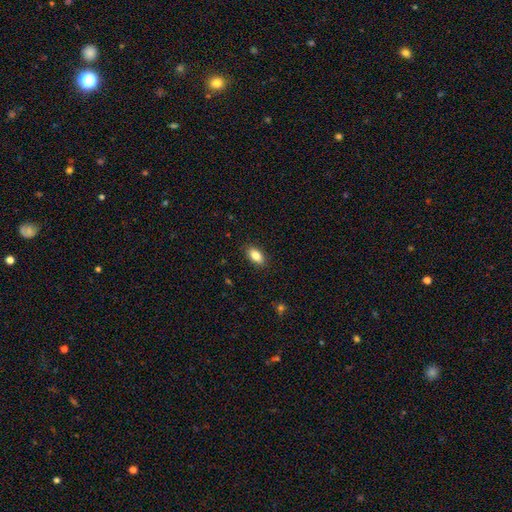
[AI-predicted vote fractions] Smooth or featured?
  - smooth: 85% *
  - featured or disk: 8%
  - star or artifact: 8%
How rounded?
  - in between: 90% *
  - round: 5%
  - cigar-shaped: 5%
Merging?
  - none: 88% *
  - minor disturbance: 9%
  - major disturbance: 2%
  - merger: 1%